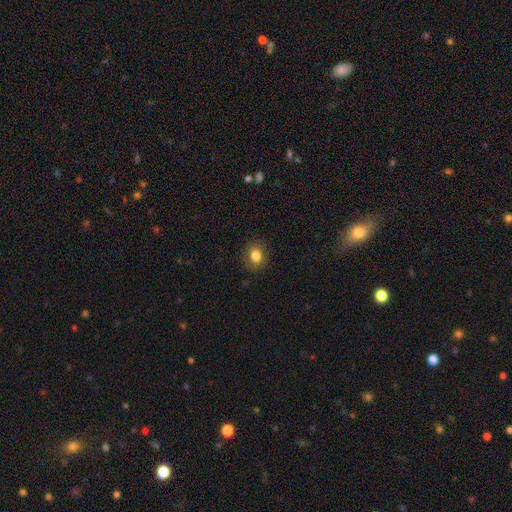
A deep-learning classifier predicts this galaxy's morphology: Q: Smooth or featured?
A: smooth (83%); runner-up: star or artifact (10%)
Q: How rounded?
A: in between (52%); runner-up: round (47%)
Q: Merging?
A: none (86%); runner-up: minor disturbance (10%)